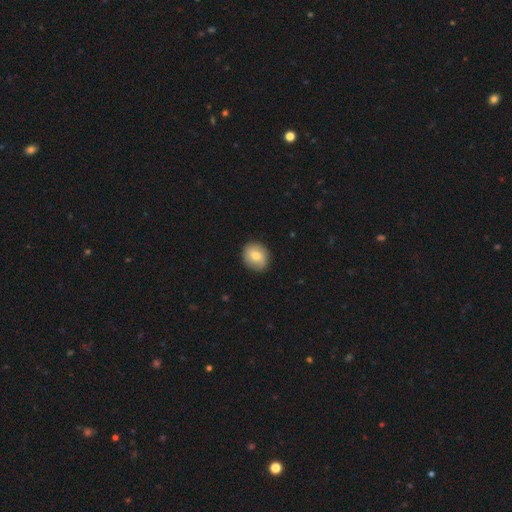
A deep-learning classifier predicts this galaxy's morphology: Smooth or featured? smooth (77%)
How rounded? round (65%)
Merging? none (88%)